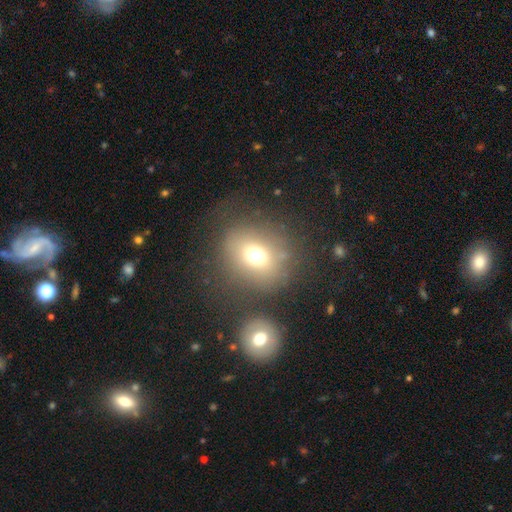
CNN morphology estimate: Smooth or featured? smooth (68%)
How rounded? round (72%)
Merging? none (73%)